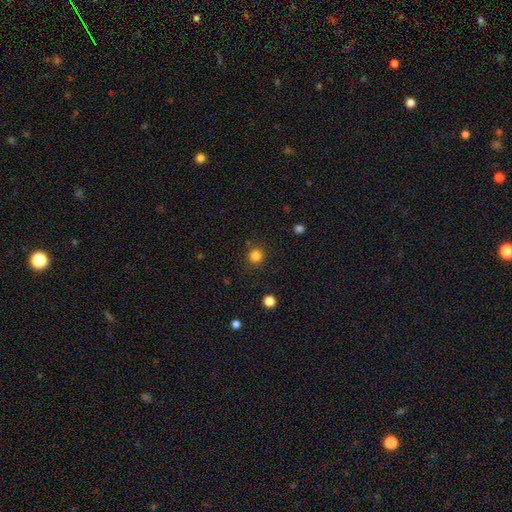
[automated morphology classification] smooth_or_featured: smooth (p=0.83) [alt: star or artifact p=0.13]
how_rounded: round (p=0.94) [alt: in between p=0.06]
merging: none (p=0.89) [alt: minor disturbance p=0.07]